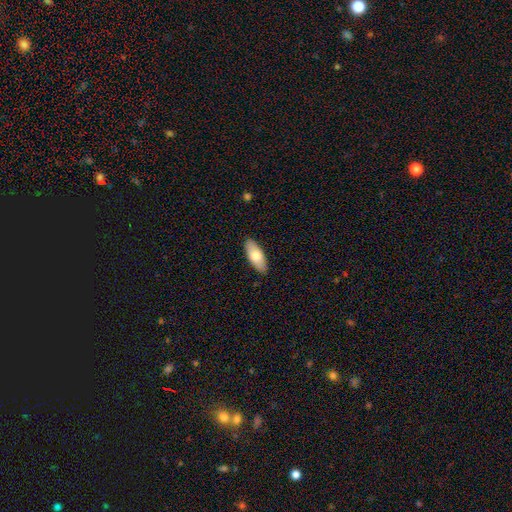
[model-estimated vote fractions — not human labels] Q: Smooth or featured?
A: smooth (72%); runner-up: featured or disk (22%)
Q: How rounded?
A: in between (83%); runner-up: cigar-shaped (15%)
Q: Merging?
A: none (89%); runner-up: minor disturbance (8%)